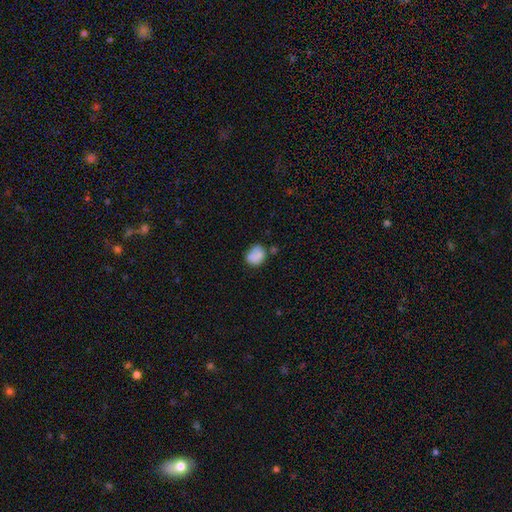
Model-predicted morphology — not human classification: Smooth or featured? smooth (80%)
How rounded? round (54%)
Merging? none (56%)